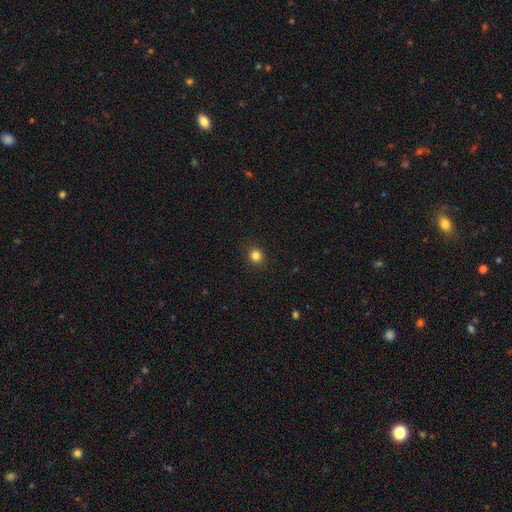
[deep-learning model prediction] Morphology: type=smooth (83%); roundness=round (87%); merging=none (90%).